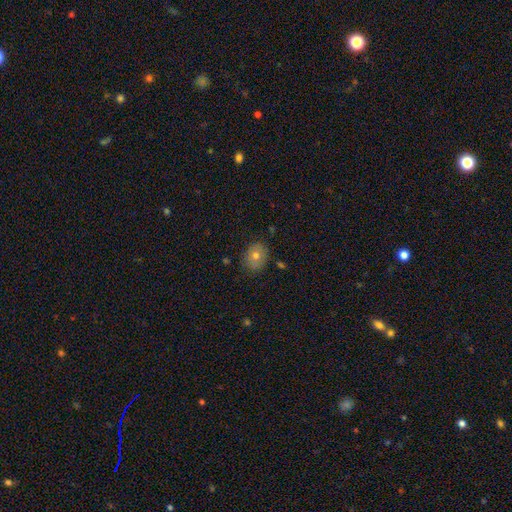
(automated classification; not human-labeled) Q: Smooth or featured?
A: smooth (67%); runner-up: featured or disk (21%)
Q: How rounded?
A: round (51%); runner-up: in between (48%)
Q: Merging?
A: none (82%); runner-up: minor disturbance (13%)